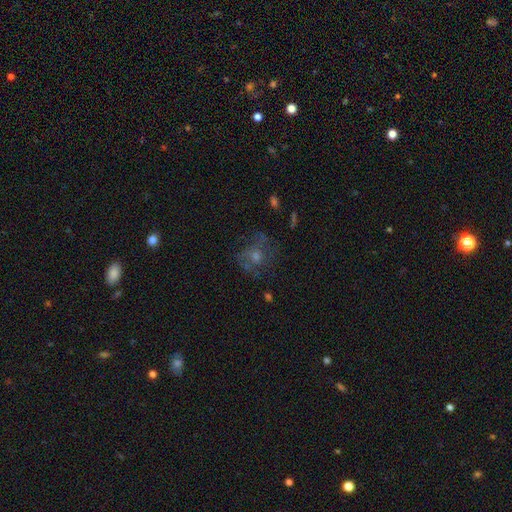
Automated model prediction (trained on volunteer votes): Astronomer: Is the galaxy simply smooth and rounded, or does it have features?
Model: featured or disk — 45% (runner-up: smooth, 31%).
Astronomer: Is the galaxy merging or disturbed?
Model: none — 62%.